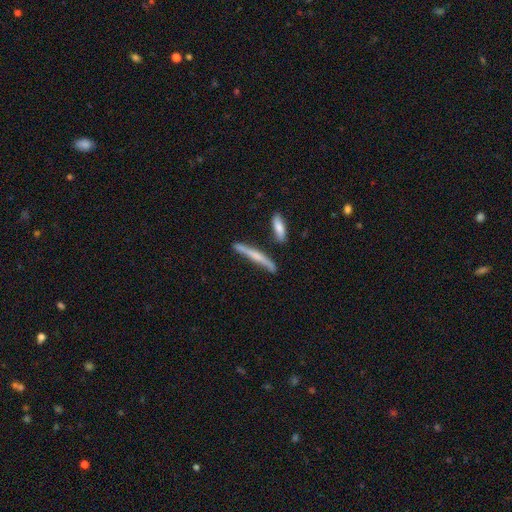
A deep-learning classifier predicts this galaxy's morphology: Q: Smooth or featured?
A: featured or disk (53%); runner-up: smooth (41%)
Q: Edge-on disk?
A: yes (92%); runner-up: no (8%)
Q: Merging?
A: none (72%); runner-up: minor disturbance (17%)